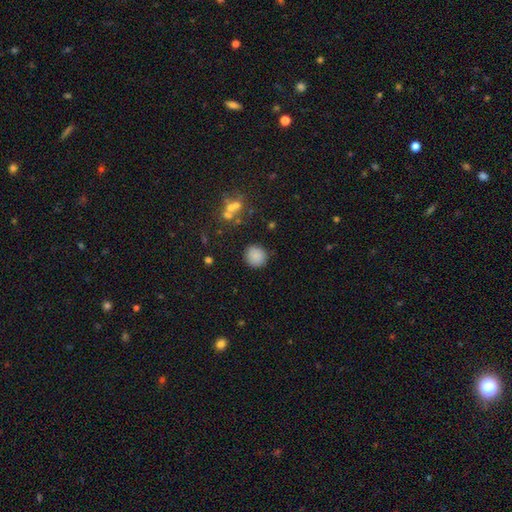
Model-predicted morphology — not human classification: A smooth galaxy with no disk features (85%) that is round (91%).

Vote fractions:
- Smooth or featured? smooth: 85% / star or artifact: 9% / featured or disk: 6%
- How rounded? round: 91% / in between: 8% / cigar-shaped: 1%
- Merging? none: 88% / minor disturbance: 8% / major disturbance: 3% / merger: 2%